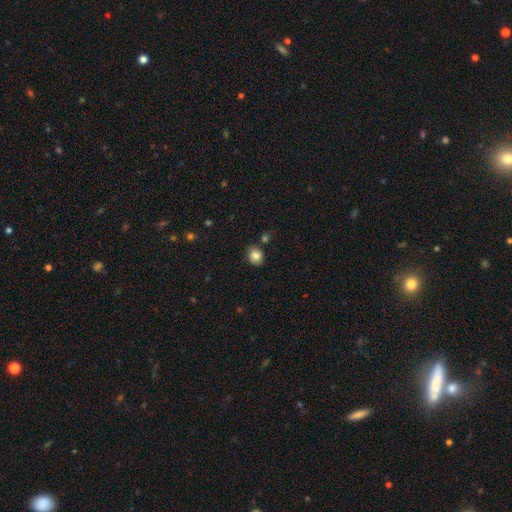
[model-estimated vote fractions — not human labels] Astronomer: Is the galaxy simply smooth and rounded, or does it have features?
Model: smooth — 83%.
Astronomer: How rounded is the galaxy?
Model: round — 67%.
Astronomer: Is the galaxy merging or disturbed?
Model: none — 80%.